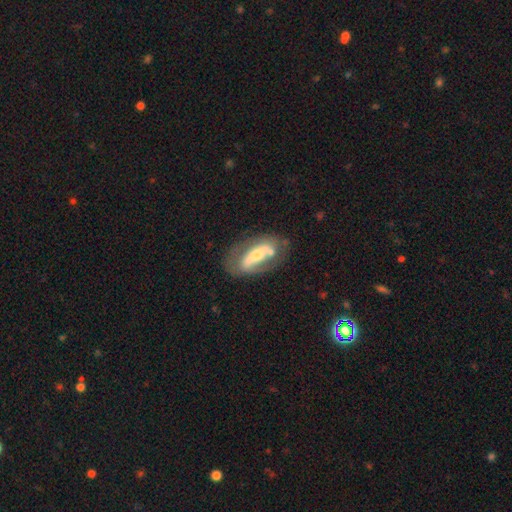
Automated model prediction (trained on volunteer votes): Smooth or featured?
  - featured or disk: 58% *
  - smooth: 35%
  - star or artifact: 7%
Edge-on disk?
  - no: 80% *
  - yes: 20%
Merging?
  - none: 59% *
  - minor disturbance: 22%
  - major disturbance: 13%
  - merger: 7%